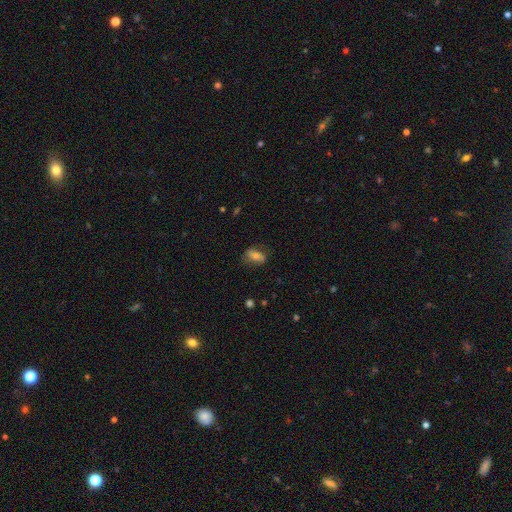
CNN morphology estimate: A smooth galaxy with no disk features (60%) that is in between round and cigar-shaped (80%).

Vote fractions:
- Smooth or featured? smooth: 60% / featured or disk: 30% / star or artifact: 10%
- How rounded? in between: 80% / round: 12% / cigar-shaped: 7%
- Merging? none: 70% / minor disturbance: 21% / major disturbance: 8% / merger: 1%